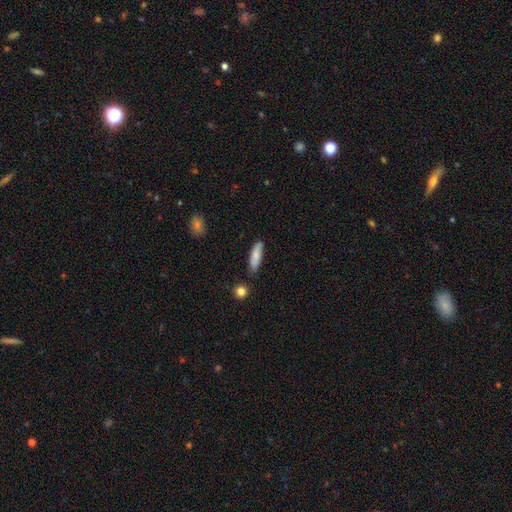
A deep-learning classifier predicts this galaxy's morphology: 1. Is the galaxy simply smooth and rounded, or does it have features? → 76% smooth, 17% featured or disk, 6% star or artifact.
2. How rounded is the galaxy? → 53% cigar-shaped, 45% in between, 2% round.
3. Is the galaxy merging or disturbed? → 76% none, 17% minor disturbance, 3% merger, 3% major disturbance.